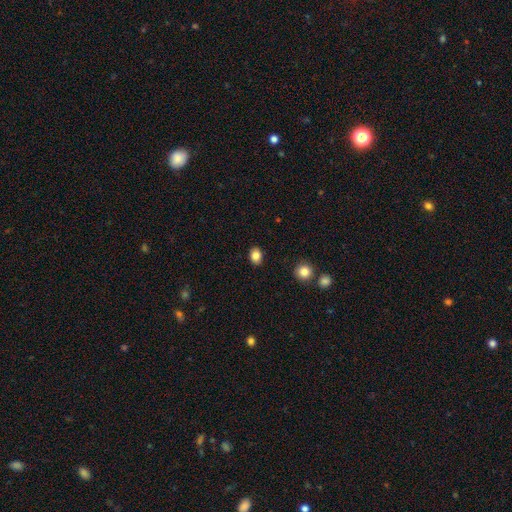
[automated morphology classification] This appears to be a smooth galaxy with no disk features (85%) that is in between round and cigar-shaped (58%). Merging: none (89%).